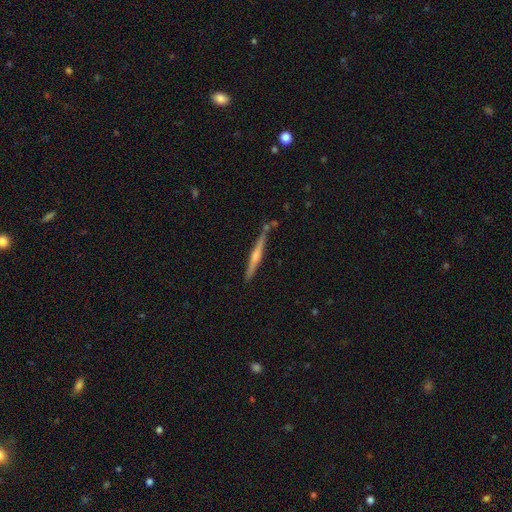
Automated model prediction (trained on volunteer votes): Overall: featured or disk (72%). Edge-on disk: yes (98%). Edge-on bulge: rounded (81%). Merging: none (83%).